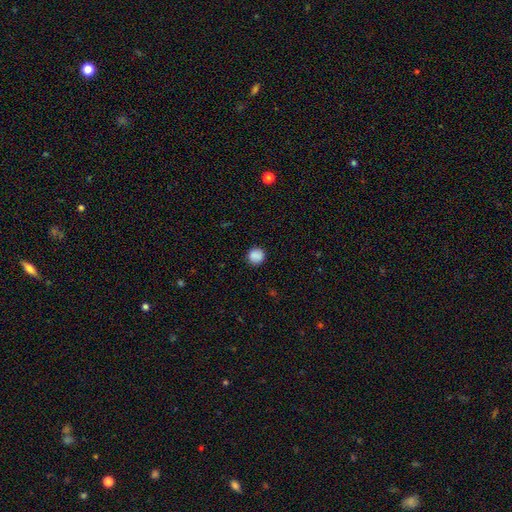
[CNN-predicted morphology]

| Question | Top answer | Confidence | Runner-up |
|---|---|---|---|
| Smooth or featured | smooth | 87% | star or artifact (9%) |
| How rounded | round | 92% | in between (7%) |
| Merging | none | 88% | minor disturbance (8%) |